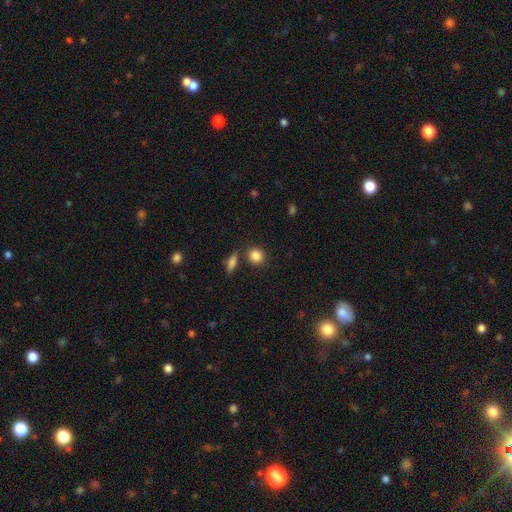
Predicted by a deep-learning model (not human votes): smooth 86%, star or artifact 9%, featured or disk 5%. Down the decision tree: how rounded — round (78%); merging — none (79%).